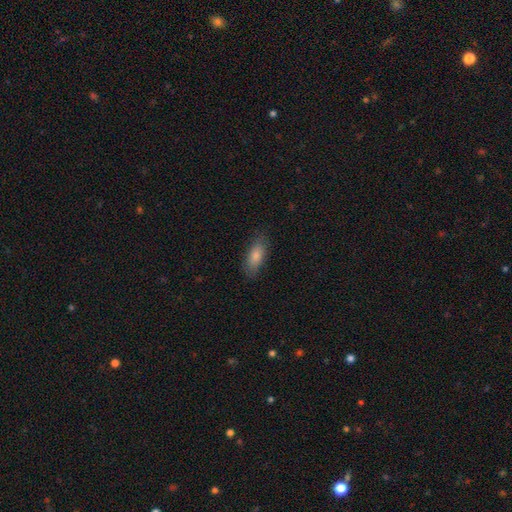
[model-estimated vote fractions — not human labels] The model was most divided on "merging": none: 82%, minor disturbance: 14%, major disturbance: 3%, merger: 1%. More confident: how rounded — in between (84%); smooth or featured — smooth (83%).